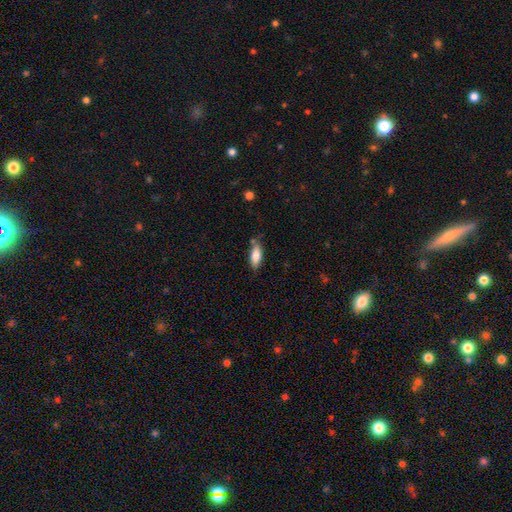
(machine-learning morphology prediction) This is clearly a smooth galaxy (80%). How rounded: likely in between (72%). Merging: likely none (70%).